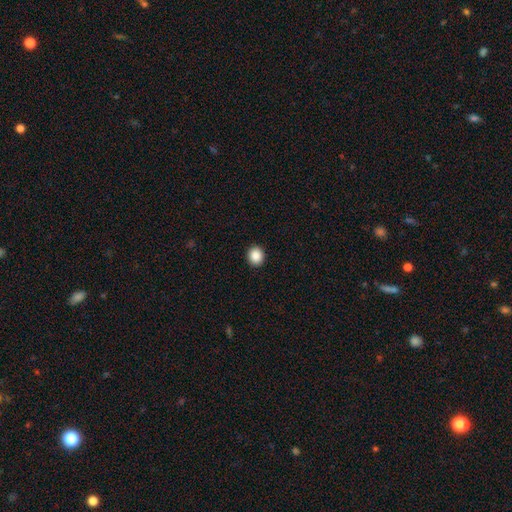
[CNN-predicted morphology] A smooth galaxy with no disk features (88%) that is round (82%).

Vote fractions:
- Smooth or featured? smooth: 88% / star or artifact: 9% / featured or disk: 3%
- How rounded? round: 82% / in between: 17% / cigar-shaped: 1%
- Merging? none: 93% / minor disturbance: 5% / major disturbance: 2% / merger: 1%